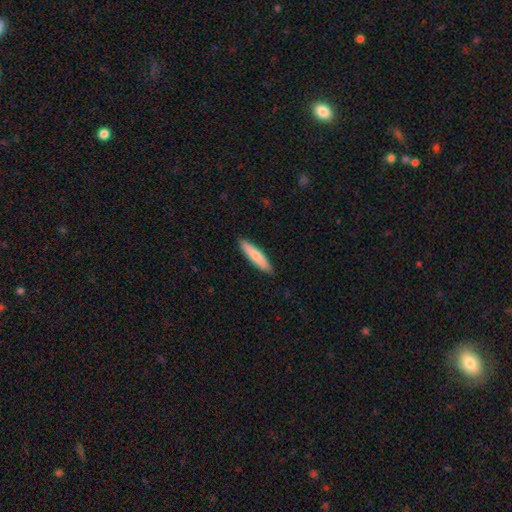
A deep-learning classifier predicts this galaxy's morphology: A smooth galaxy with no disk features (74%) that is cigar-shaped (83%). Merging: none (89%).